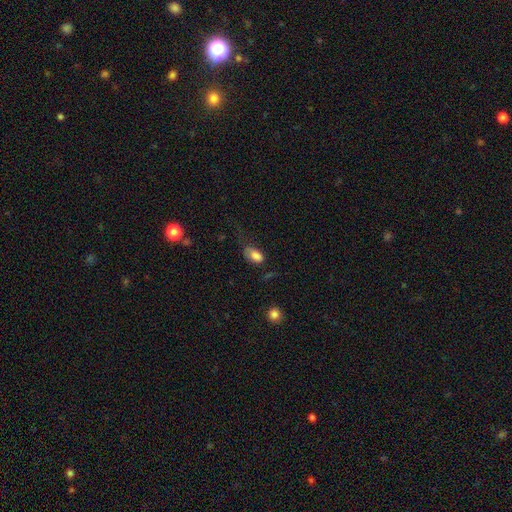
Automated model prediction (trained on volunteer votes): smooth_or_featured: smooth (p=0.80) [alt: featured or disk p=0.10]
how_rounded: in between (p=0.90) [alt: round p=0.08]
merging: none (p=0.39) [alt: minor disturbance p=0.32]